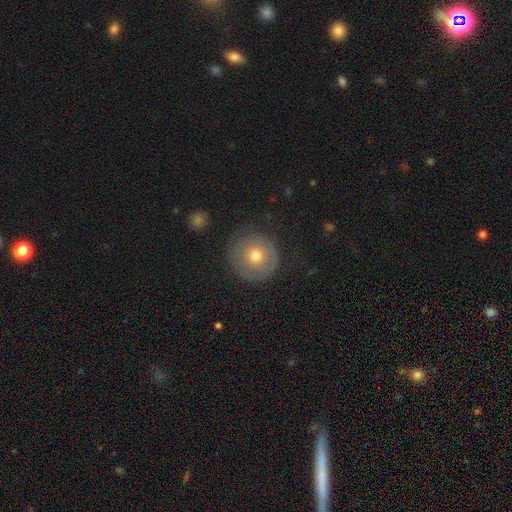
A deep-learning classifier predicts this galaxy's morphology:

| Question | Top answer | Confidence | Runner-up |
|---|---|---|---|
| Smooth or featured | smooth | 62% | featured or disk (29%) |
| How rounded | round | 94% | in between (5%) |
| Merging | none | 79% | minor disturbance (13%) |